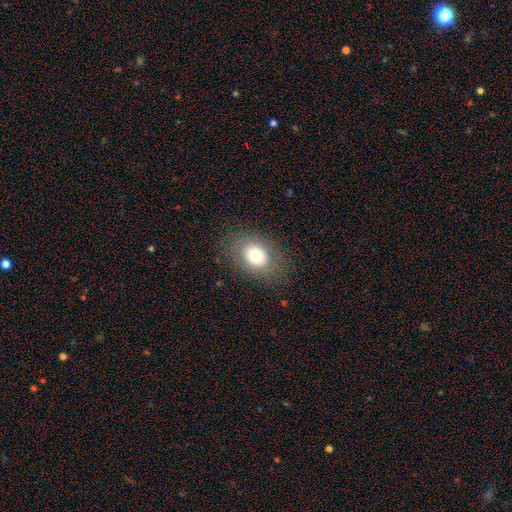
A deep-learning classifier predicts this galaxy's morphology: A smooth galaxy with no disk features (73%) that is in between round and cigar-shaped (68%).

Vote fractions:
- Smooth or featured? smooth: 73% / featured or disk: 16% / star or artifact: 11%
- How rounded? in between: 68% / round: 31% / cigar-shaped: 1%
- Merging? none: 82% / minor disturbance: 11% / major disturbance: 6% / merger: 1%